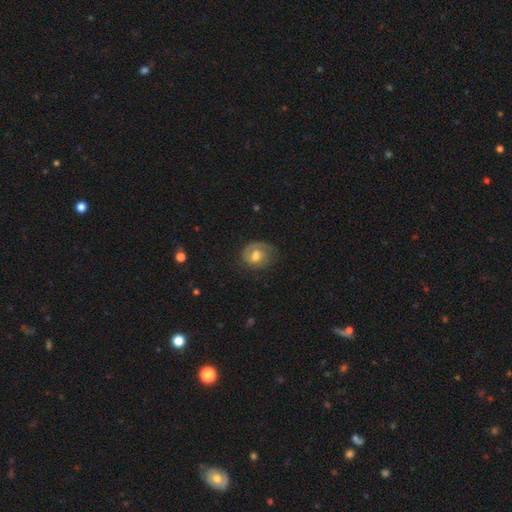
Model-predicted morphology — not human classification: Smooth or featured? Predicted: featured or disk (p=0.47). Merging? Predicted: none (p=0.60).